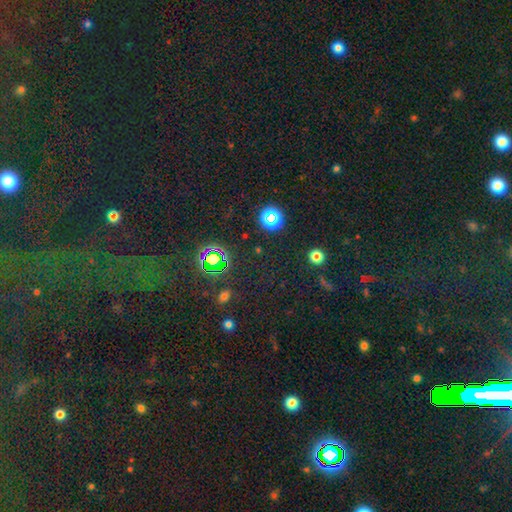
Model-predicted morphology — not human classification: type=star or artifact (71%).